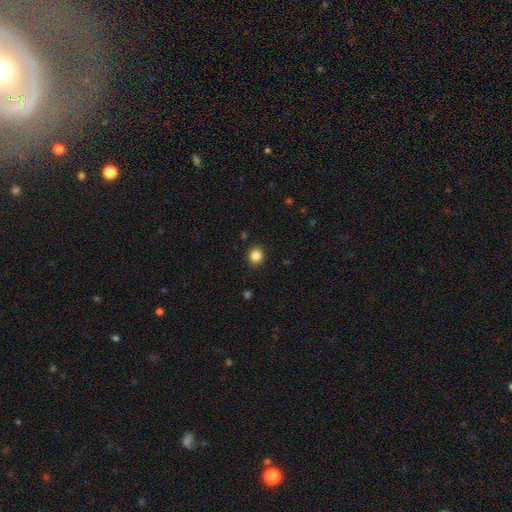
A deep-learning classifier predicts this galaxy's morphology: This appears to be a smooth galaxy with no disk features (85%) that is round (81%). Merging: none (90%).